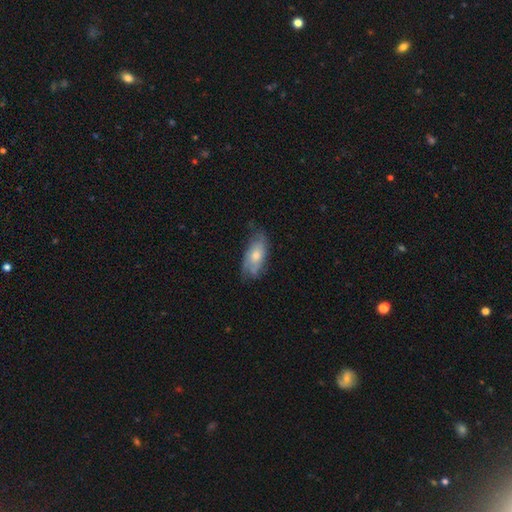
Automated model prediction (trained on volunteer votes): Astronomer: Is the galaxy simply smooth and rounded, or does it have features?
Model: smooth — 58% (runner-up: featured or disk, 35%).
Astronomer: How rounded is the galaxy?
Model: in between — 86%.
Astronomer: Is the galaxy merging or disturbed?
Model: none — 58%.